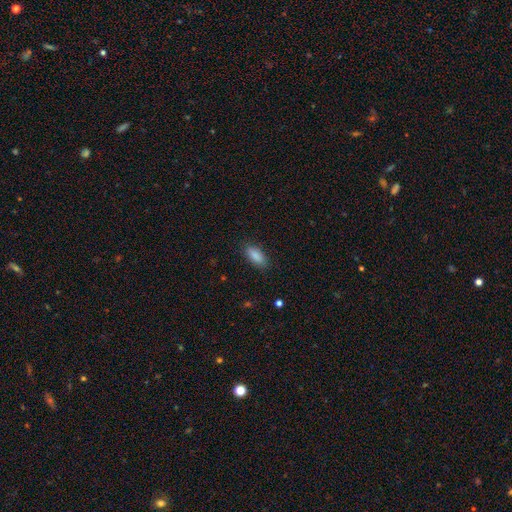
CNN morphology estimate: The model was most divided on "how rounded": in between: 78%, cigar-shaped: 19%, round: 2%. More confident: smooth or featured — smooth (88%); merging — none (87%).